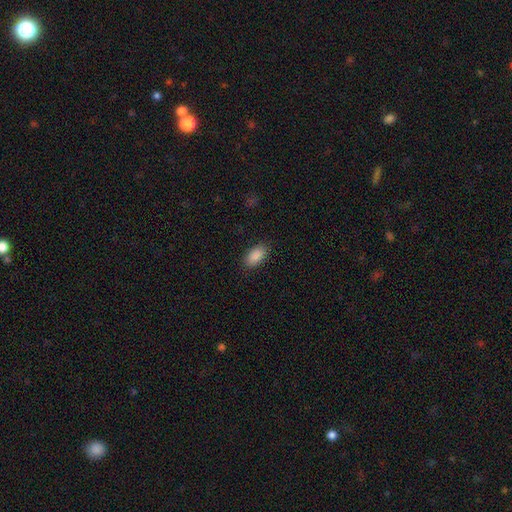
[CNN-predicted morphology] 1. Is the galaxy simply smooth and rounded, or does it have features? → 90% smooth, 7% star or artifact, 3% featured or disk.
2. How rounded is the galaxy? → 93% in between, 3% cigar-shaped, 3% round.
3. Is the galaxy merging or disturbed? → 88% none, 9% minor disturbance, 2% major disturbance, 1% merger.